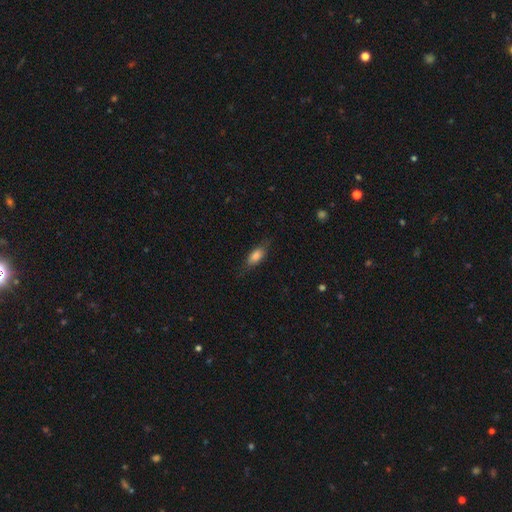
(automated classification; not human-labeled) Smooth or featured?
  - smooth: 78% *
  - featured or disk: 15%
  - star or artifact: 7%
How rounded?
  - in between: 76% *
  - cigar-shaped: 21%
  - round: 3%
Merging?
  - none: 73% *
  - minor disturbance: 20%
  - major disturbance: 6%
  - merger: 1%